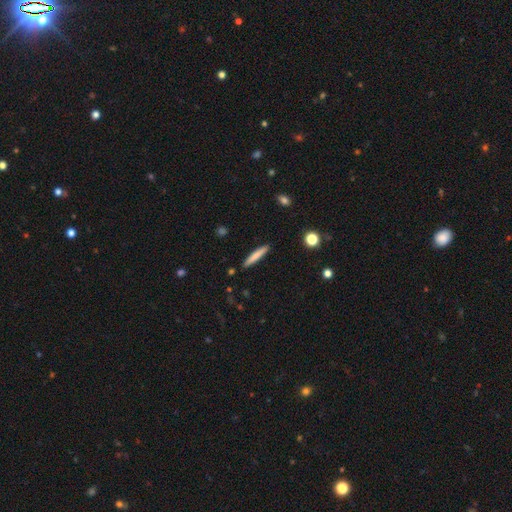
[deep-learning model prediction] A smooth galaxy with no disk features (72%) that is cigar-shaped (94%).

Vote fractions:
- Smooth or featured? smooth: 72% / featured or disk: 22% / star or artifact: 6%
- How rounded? cigar-shaped: 94% / in between: 5% / round: 1%
- Merging? none: 91% / minor disturbance: 7% / major disturbance: 1% / merger: 1%